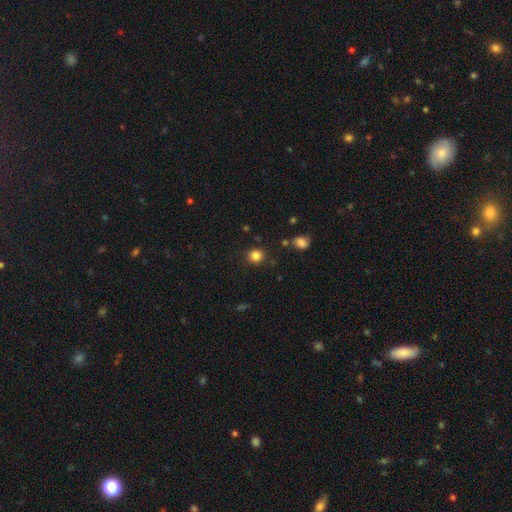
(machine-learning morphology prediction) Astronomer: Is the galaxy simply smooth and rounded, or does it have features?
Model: smooth — 83%.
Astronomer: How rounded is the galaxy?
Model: round — 89%.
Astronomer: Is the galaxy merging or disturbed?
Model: none — 87%.